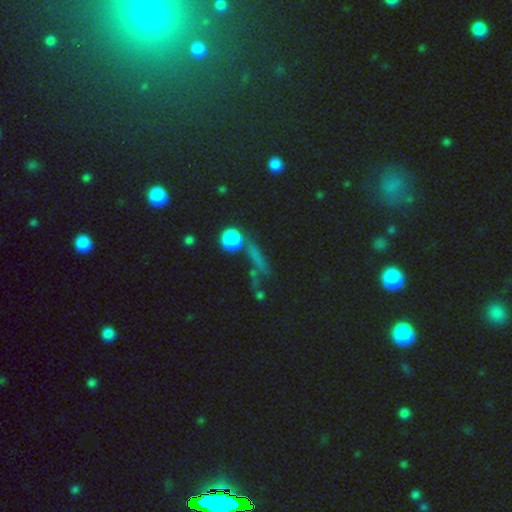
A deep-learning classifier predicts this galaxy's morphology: type=smooth (52%); roundness=round (53%); merging=none (64%).